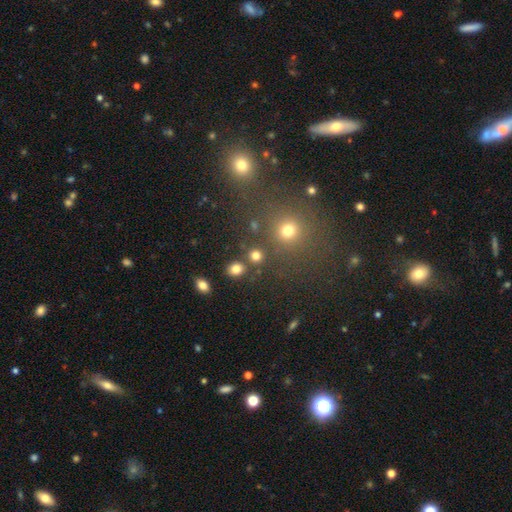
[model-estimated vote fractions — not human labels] A smooth galaxy with no disk features (78%) that is round (81%).

Vote fractions:
- Smooth or featured? smooth: 78% / star or artifact: 16% / featured or disk: 6%
- How rounded? round: 81% / in between: 18% / cigar-shaped: 1%
- Merging? none: 80% / merger: 9% / minor disturbance: 7% / major disturbance: 3%